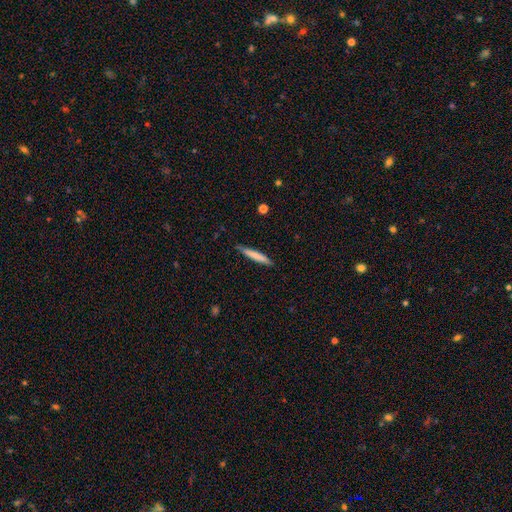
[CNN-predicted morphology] Smooth or featured?
  - smooth: 72% *
  - featured or disk: 22%
  - star or artifact: 6%
How rounded?
  - cigar-shaped: 95% *
  - in between: 4%
  - round: 1%
Merging?
  - none: 86% *
  - minor disturbance: 11%
  - major disturbance: 2%
  - merger: 1%